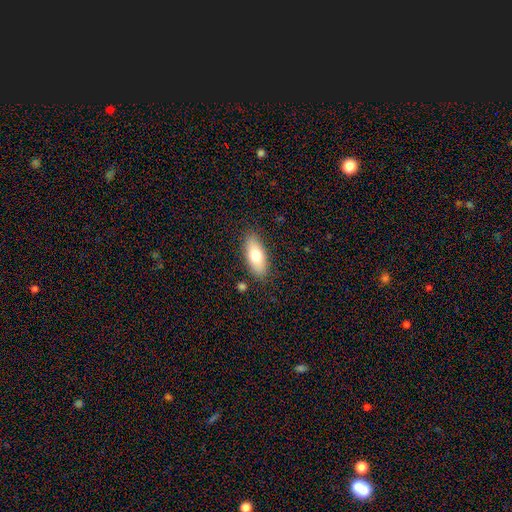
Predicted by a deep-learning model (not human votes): Smooth or featured?
  - smooth: 71% *
  - featured or disk: 22%
  - star or artifact: 7%
How rounded?
  - in between: 80% *
  - cigar-shaped: 16%
  - round: 3%
Merging?
  - none: 85% *
  - minor disturbance: 10%
  - major disturbance: 3%
  - merger: 2%